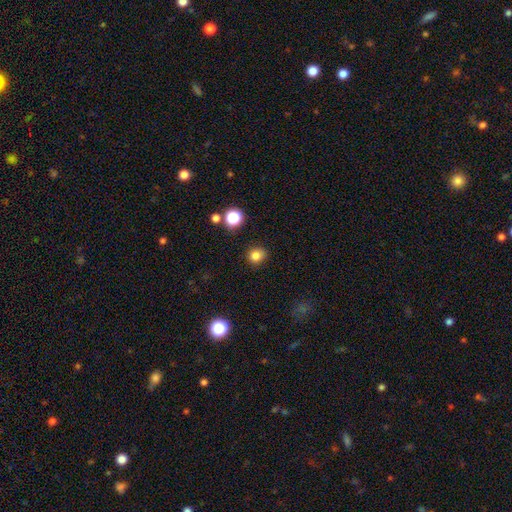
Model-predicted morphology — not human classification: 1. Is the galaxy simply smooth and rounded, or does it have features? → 82% smooth, 13% star or artifact, 5% featured or disk.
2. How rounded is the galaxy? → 83% round, 16% in between, 1% cigar-shaped.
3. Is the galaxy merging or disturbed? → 87% none, 9% minor disturbance, 3% major disturbance, 2% merger.